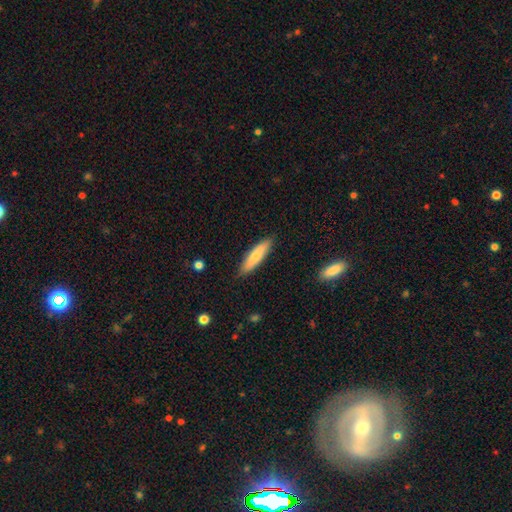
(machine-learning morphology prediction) Overall: smooth (74%). How rounded: cigar-shaped (74%). Merging: none (86%).